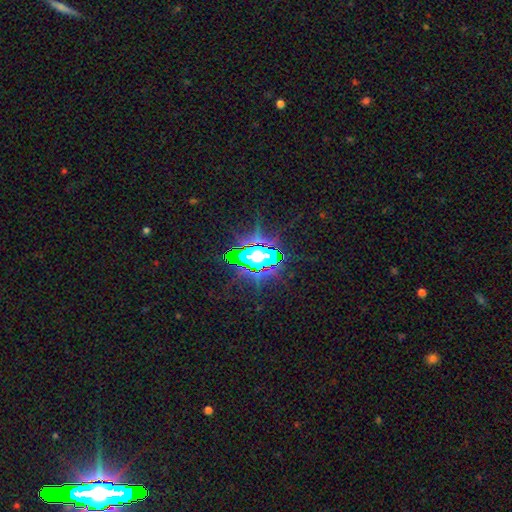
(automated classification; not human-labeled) star or artifact 67%, featured or disk 17%, smooth 16%.